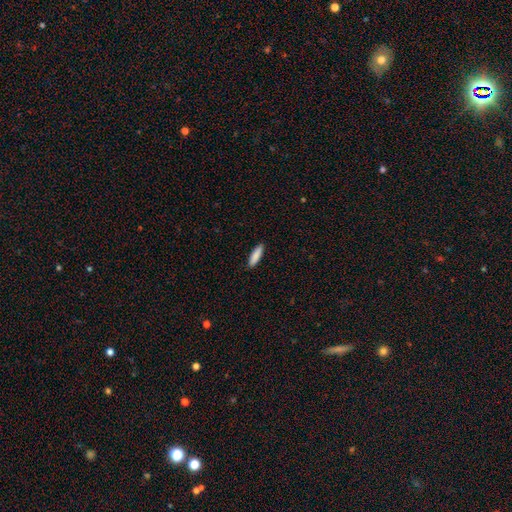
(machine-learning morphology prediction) smooth_or_featured: smooth (p=0.88) [alt: featured or disk p=0.06]
how_rounded: cigar-shaped (p=0.66) [alt: in between p=0.33]
merging: none (p=0.91) [alt: minor disturbance p=0.07]